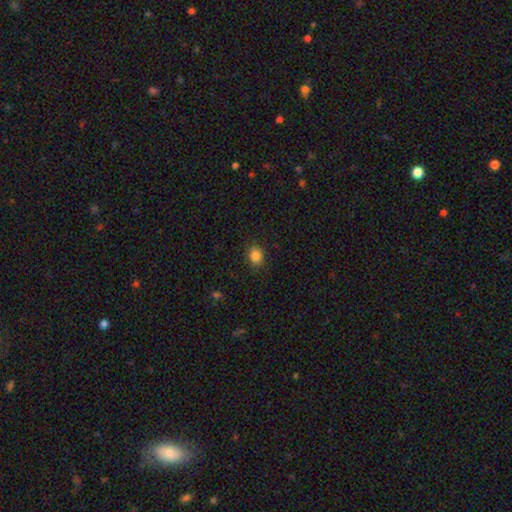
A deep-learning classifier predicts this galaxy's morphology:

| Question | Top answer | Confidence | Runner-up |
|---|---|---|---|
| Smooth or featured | smooth | 85% | star or artifact (11%) |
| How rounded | round | 51% | in between (48%) |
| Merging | none | 88% | minor disturbance (9%) |